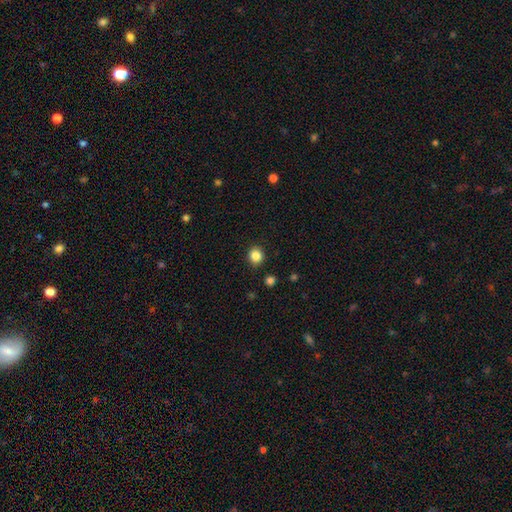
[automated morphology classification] Smooth or featured? Predicted: smooth (p=0.85). How rounded? Predicted: round (p=0.83). Merging? Predicted: none (p=0.89).